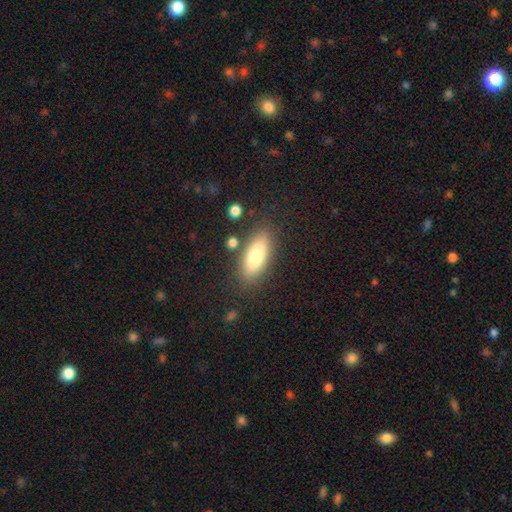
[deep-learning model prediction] smooth-or-featured: smooth: 77% | featured or disk: 16% | star or artifact: 7%
  how-rounded: in between: 75% | cigar-shaped: 22% | round: 3%
  merging: none: 81% | minor disturbance: 12% | merger: 4% | major disturbance: 3%